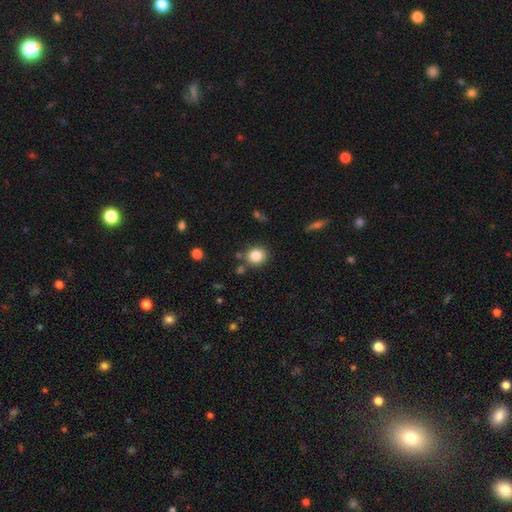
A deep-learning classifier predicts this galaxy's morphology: This is clearly a smooth galaxy (83%). How rounded: likely round (79%). Merging: likely none (80%).